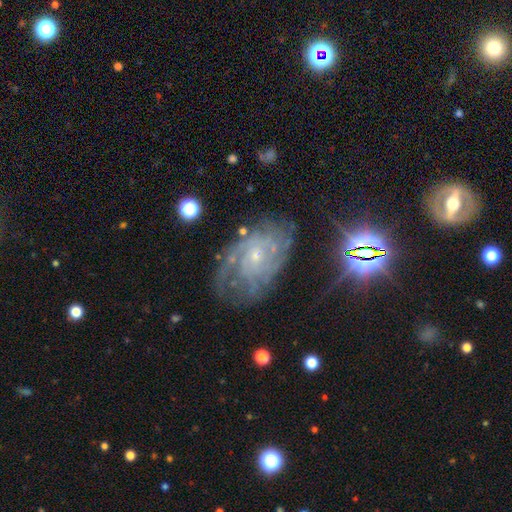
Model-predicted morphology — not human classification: Smooth or featured?
  - featured or disk: 80% *
  - star or artifact: 11%
  - smooth: 10%
Edge-on disk?
  - no: 96% *
  - yes: 4%
Bar?
  - no: 72% *
  - weak: 24%
  - strong: 4%
Spiral arms?
  - yes: 92% *
  - no: 8%
Spiral winding?
  - tight: 61% *
  - medium: 31%
  - loose: 8%
Spiral arm count?
  - can't tell: 44% *
  - 2: 20%
  - 3: 15%
  - 4: 10%
  - more than 4: 6%
  - 1: 5%
Bulge size?
  - small: 74% *
  - moderate: 21%
  - none: 3%
  - large: 1%
  - dominant: 1%
Merging?
  - none: 61% *
  - minor disturbance: 23%
  - major disturbance: 14%
  - merger: 2%